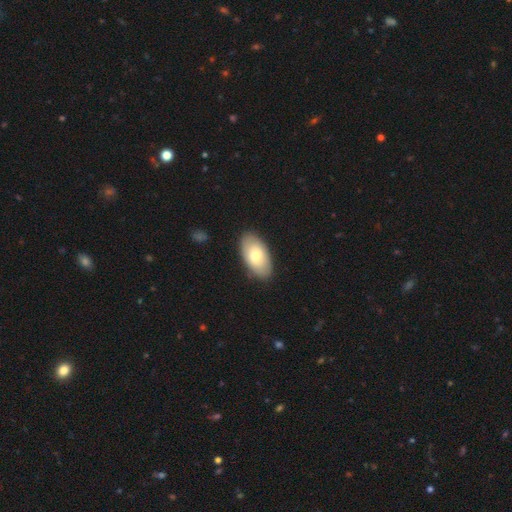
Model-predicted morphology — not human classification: A smooth galaxy with no disk features (73%) that is in between round and cigar-shaped (94%).

Vote fractions:
- Smooth or featured? smooth: 73% / featured or disk: 22% / star or artifact: 6%
- How rounded? in between: 94% / round: 4% / cigar-shaped: 2%
- Merging? none: 85% / minor disturbance: 11% / major disturbance: 2% / merger: 1%